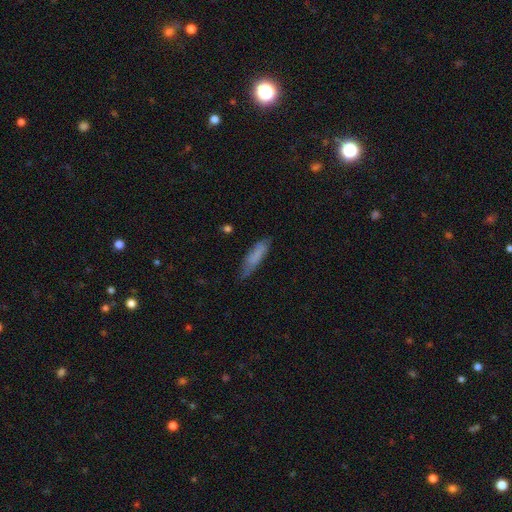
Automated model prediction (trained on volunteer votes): Morphology: type=smooth (73%); roundness=cigar-shaped (72%); merging=none (63%).